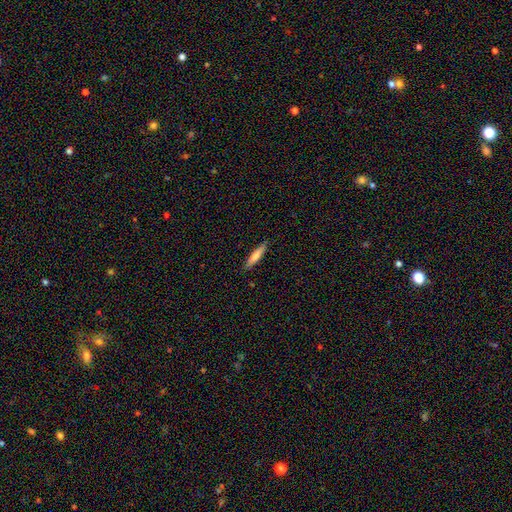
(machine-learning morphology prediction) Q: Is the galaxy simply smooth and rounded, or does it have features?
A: smooth — 74%.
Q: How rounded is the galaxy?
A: cigar-shaped — 88%.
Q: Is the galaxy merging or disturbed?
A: none — 89%.